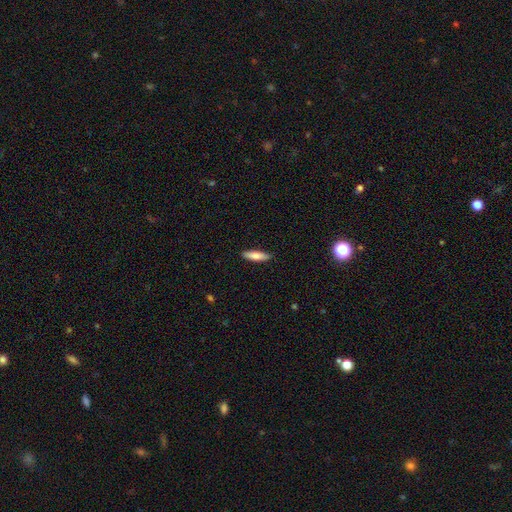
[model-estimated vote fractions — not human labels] Overall: smooth (78%). How rounded: cigar-shaped (67%; in between 31%). Merging: none (88%).